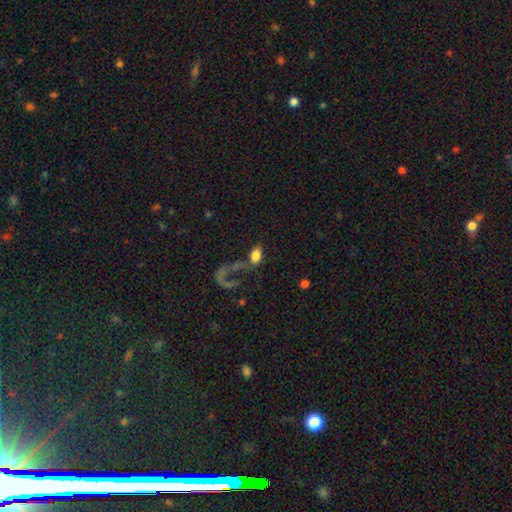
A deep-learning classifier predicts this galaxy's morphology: Smooth or featured? Predicted: smooth (p=0.70). How rounded? Predicted: in between (p=0.87). Merging? Predicted: none (p=0.37).